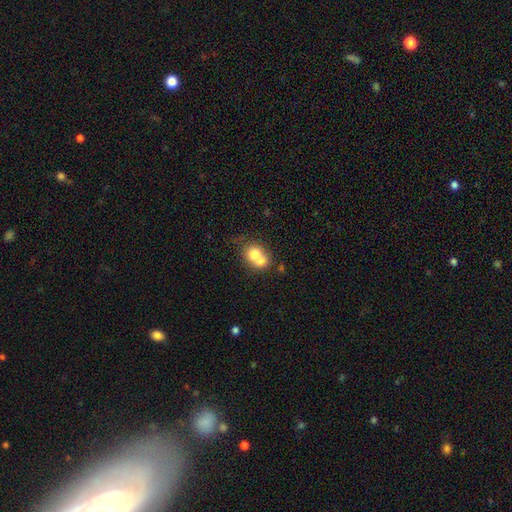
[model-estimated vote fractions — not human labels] Overall: smooth (70%). How rounded: round (65%; in between 34%). Merging: merger (63%; none 26%).